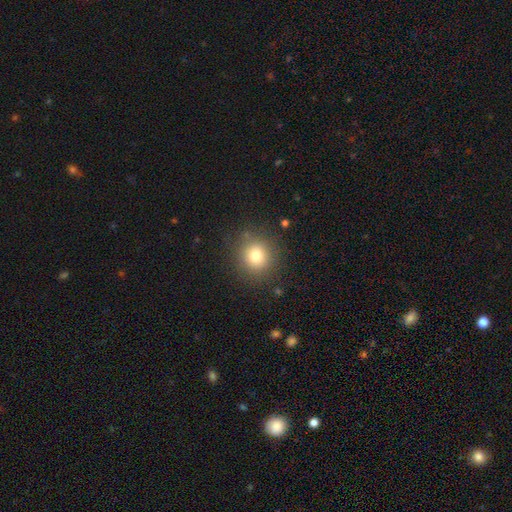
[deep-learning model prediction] Morphology: type=smooth (77%); roundness=round (89%); merging=none (86%).